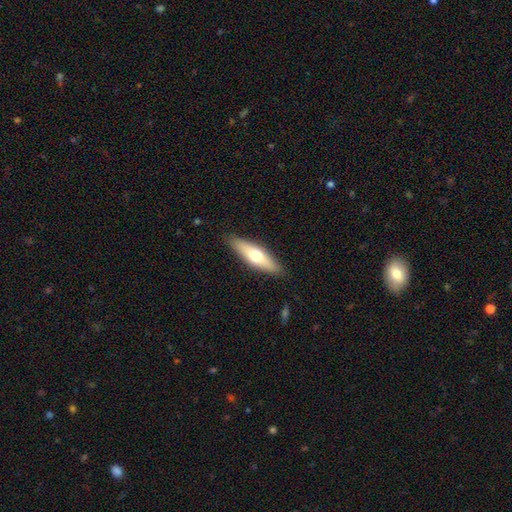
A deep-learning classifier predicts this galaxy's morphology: This is possibly a smooth galaxy (56%). How rounded: likely cigar-shaped (61%). Merging: clearly none (88%).